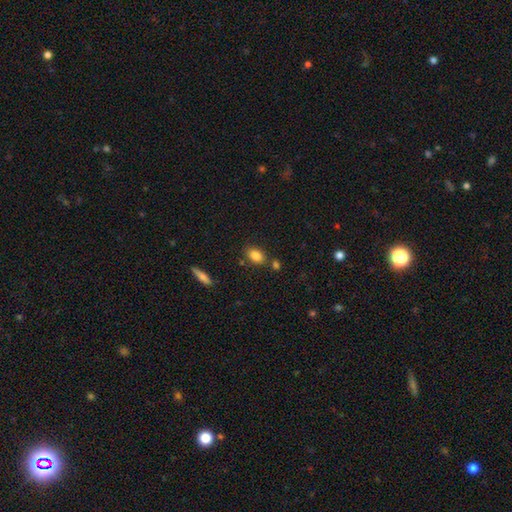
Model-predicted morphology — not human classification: Smooth or featured: smooth — 85% (star or artifact — 8%)
How rounded: in between — 86% (round — 11%)
Merging: none — 74% (minor disturbance — 12%)